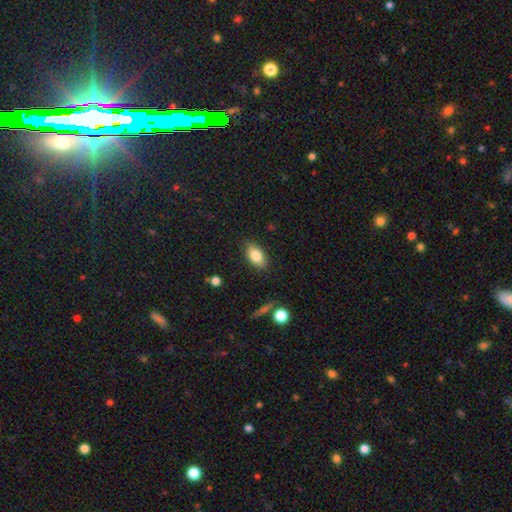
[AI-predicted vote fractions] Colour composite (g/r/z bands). It shows a smooth galaxy with no disk features (83%) that is in between round and cigar-shaped (89%). Merging: none (85%).